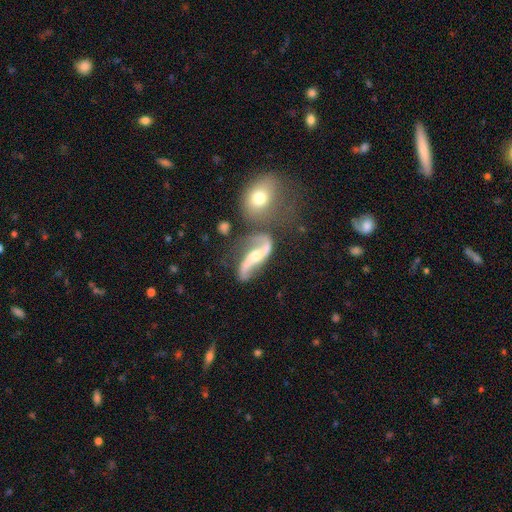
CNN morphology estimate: smooth-or-featured: featured or disk: 88% | smooth: 7% | star or artifact: 5%
  disk-edge-on: no: 92% | yes: 8%
    bar: no: 42% | weak: 31% | strong: 27%
    has-spiral-arms: yes: 95% | no: 5%
      spiral-winding: loose: 78% | medium: 17% | tight: 5%
      spiral-arm-count: 2: 93% | 1: 2% | can't tell: 2% | 3: 1% | 4: 1% | more than 4: 1%
    bulge-size: moderate: 61% | small: 28% | large: 6% | none: 3% | dominant: 2%
  merging: none: 53% | merger: 19% | minor disturbance: 16% | major disturbance: 12%